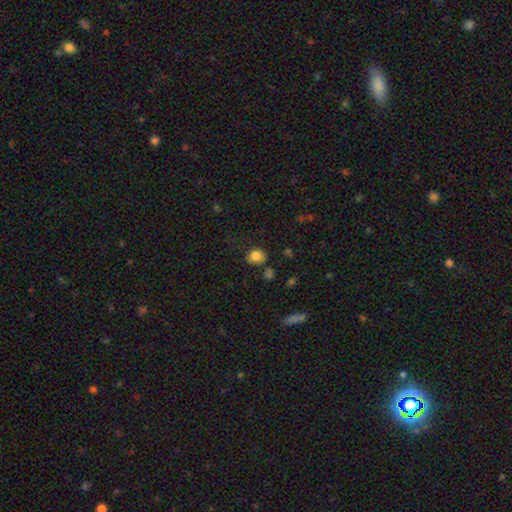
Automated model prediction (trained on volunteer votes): This is clearly a smooth galaxy (83%). How rounded: possibly round (49%, tied with in between). Merging: likely none (72%).